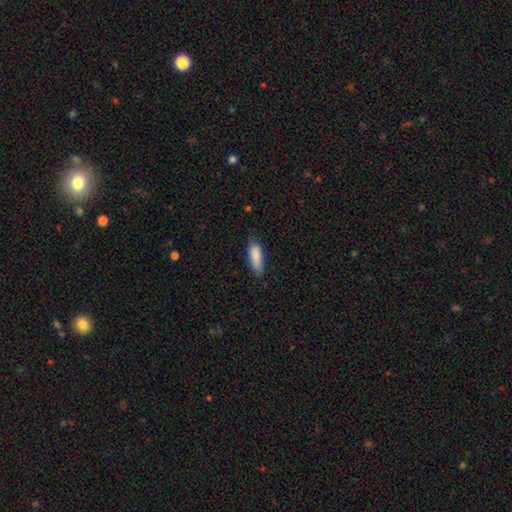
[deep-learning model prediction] Smooth or featured?
  - smooth: 86% *
  - featured or disk: 8%
  - star or artifact: 6%
How rounded?
  - in between: 62% *
  - cigar-shaped: 37%
  - round: 2%
Merging?
  - none: 75% *
  - minor disturbance: 20%
  - major disturbance: 3%
  - merger: 1%